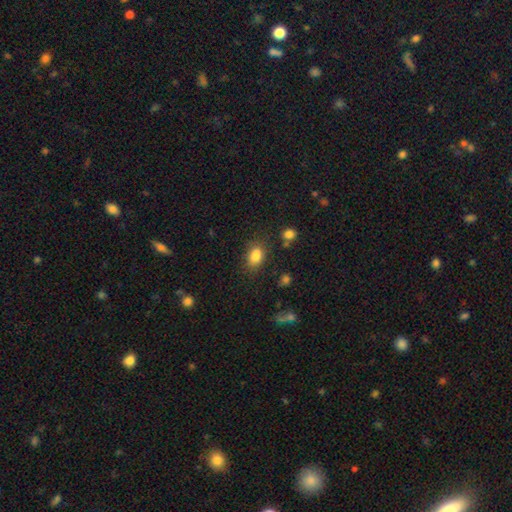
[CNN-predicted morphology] type=smooth (83%); roundness=in between (81%); merging=none (70%).